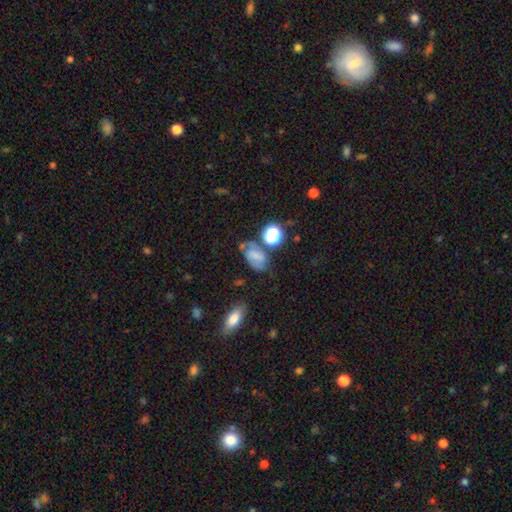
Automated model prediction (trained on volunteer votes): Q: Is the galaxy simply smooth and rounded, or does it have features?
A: smooth — 47%.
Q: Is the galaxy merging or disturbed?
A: none — 46%.